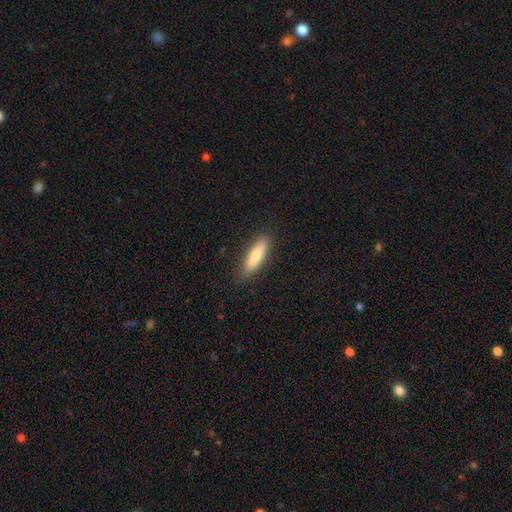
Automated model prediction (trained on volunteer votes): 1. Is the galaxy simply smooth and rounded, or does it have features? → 77% smooth, 17% featured or disk, 6% star or artifact.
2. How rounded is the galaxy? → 55% cigar-shaped, 43% in between, 2% round.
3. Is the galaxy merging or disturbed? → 87% none, 10% minor disturbance, 2% major disturbance, 1% merger.